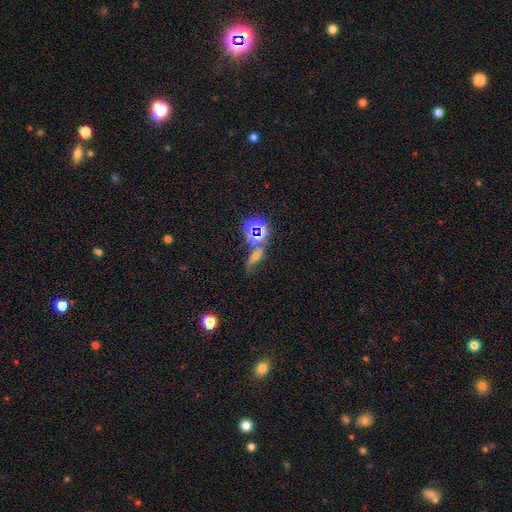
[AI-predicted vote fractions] Smooth or featured? star or artifact (35%)